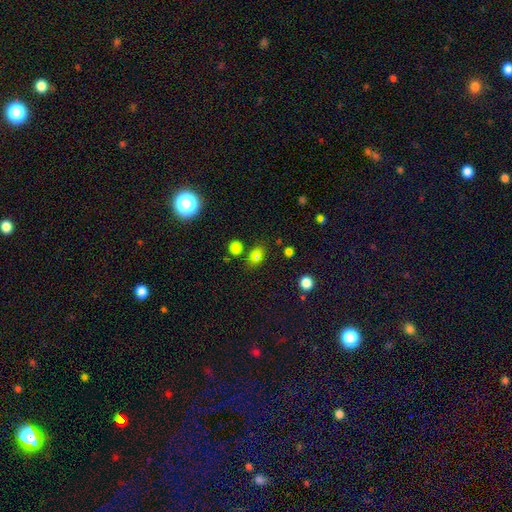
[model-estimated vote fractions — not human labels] smooth-or-featured: smooth: 73% | star or artifact: 17% | featured or disk: 10%
  how-rounded: in between: 69% | round: 29% | cigar-shaped: 2%
  merging: none: 77% | minor disturbance: 13% | merger: 6% | major disturbance: 4%